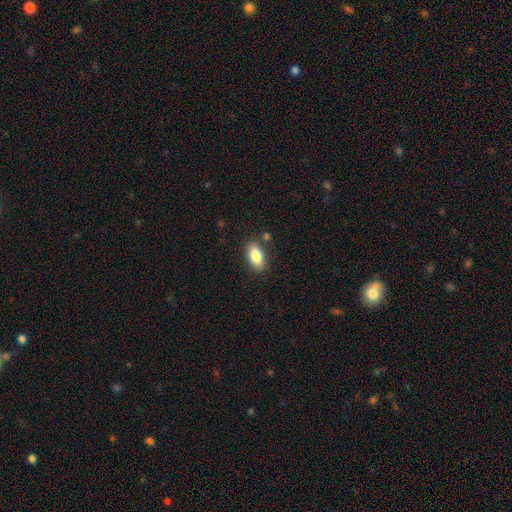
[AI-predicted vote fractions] A smooth galaxy with no disk features (83%) that is in between round and cigar-shaped (87%). Merging: none (84%).